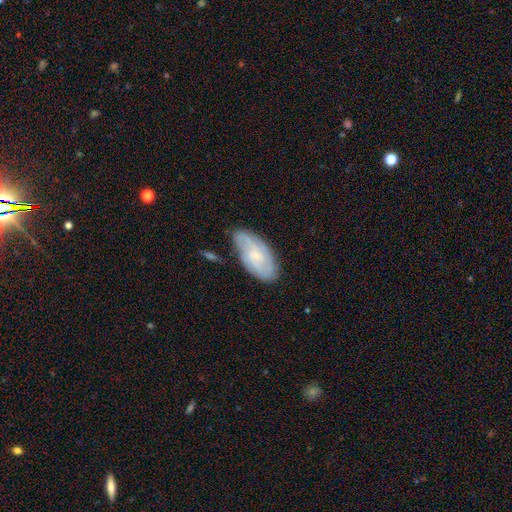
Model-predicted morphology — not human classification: Q: Smooth or featured?
A: featured or disk (65%); runner-up: smooth (29%)
Q: Edge-on disk?
A: no (94%); runner-up: yes (6%)
Q: Bar?
A: no (66%); runner-up: weak (30%)
Q: Spiral arms?
A: yes (90%); runner-up: no (10%)
Q: Spiral winding?
A: tight (54%); runner-up: medium (34%)
Q: Spiral arm count?
A: can't tell (40%); runner-up: 2 (25%)
Q: Bulge size?
A: small (63%); runner-up: moderate (22%)
Q: Merging?
A: none (70%); runner-up: minor disturbance (22%)